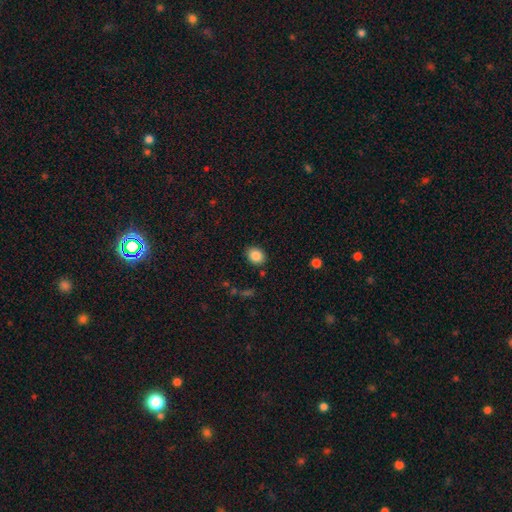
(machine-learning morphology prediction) Smooth or featured: smooth — 86% (star or artifact — 9%)
How rounded: round — 53% (in between — 46%)
Merging: none — 86% (minor disturbance — 9%)